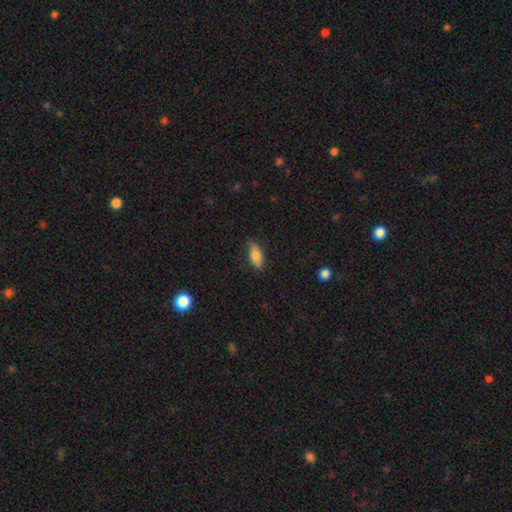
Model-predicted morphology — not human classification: smooth-or-featured: smooth: 82% | featured or disk: 11% | star or artifact: 7%
  how-rounded: in between: 84% | cigar-shaped: 14% | round: 3%
  merging: none: 76% | minor disturbance: 20% | major disturbance: 4% | merger: 1%